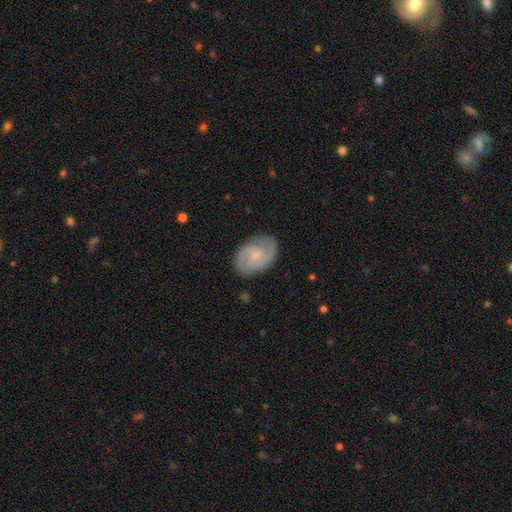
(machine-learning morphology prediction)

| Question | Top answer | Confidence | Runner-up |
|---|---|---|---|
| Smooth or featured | featured or disk | 66% | smooth (27%) |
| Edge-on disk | no | 97% | yes (3%) |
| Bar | no | 63% | weak (33%) |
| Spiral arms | yes | 92% | no (8%) |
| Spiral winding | medium | 47% | tight (33%) |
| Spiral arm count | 2 | 72% | can't tell (14%) |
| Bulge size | small | 71% | moderate (17%) |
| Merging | none | 80% | minor disturbance (15%) |